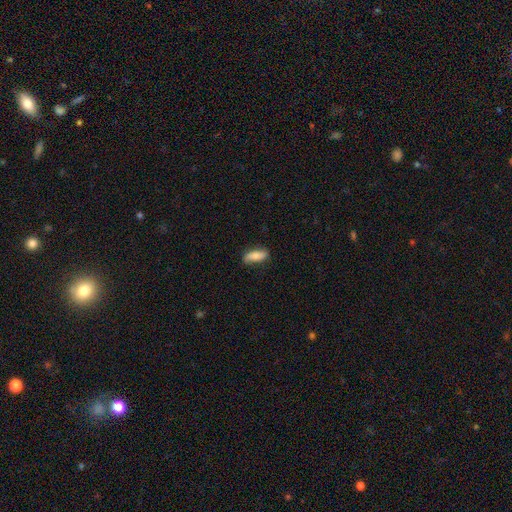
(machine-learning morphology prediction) Smooth or featured: smooth — 78% (featured or disk — 15%)
How rounded: in between — 69% (cigar-shaped — 28%)
Merging: none — 77% (minor disturbance — 18%)